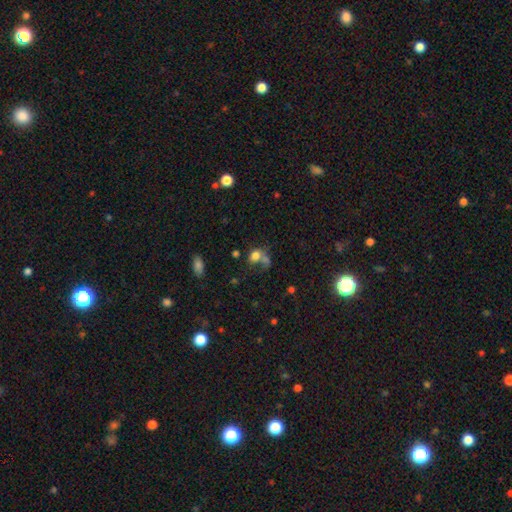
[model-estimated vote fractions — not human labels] A smooth galaxy with no disk features (73%) that is in between round and cigar-shaped (56%). Merging: merger (41%).